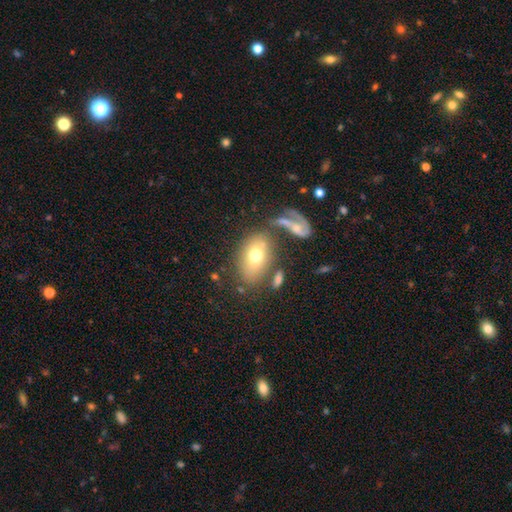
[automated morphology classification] Smooth or featured: smooth — 66% (featured or disk — 25%)
How rounded: in between — 83% (round — 15%)
Merging: none — 57% (merger — 17%)